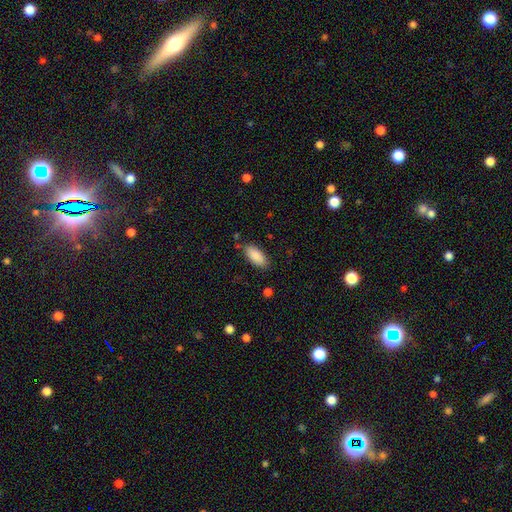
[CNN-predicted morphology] Q: Smooth or featured?
A: smooth (89%); runner-up: star or artifact (6%)
Q: How rounded?
A: in between (87%); runner-up: cigar-shaped (11%)
Q: Merging?
A: none (81%); runner-up: minor disturbance (14%)